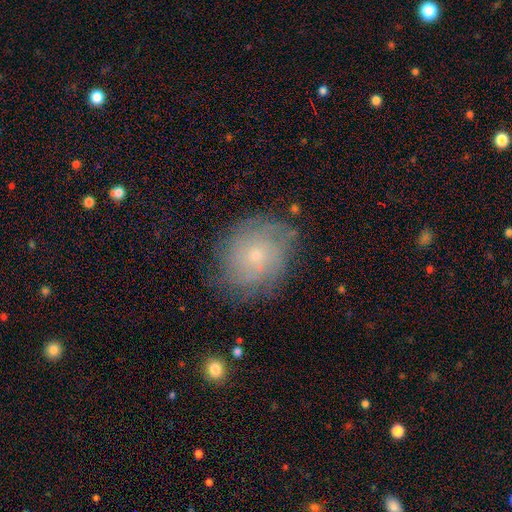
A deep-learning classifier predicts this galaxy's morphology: smooth-or-featured: featured or disk: 57% | smooth: 32% | star or artifact: 11%
  disk-edge-on: no: 96% | yes: 4%
    bar: no: 84% | weak: 14% | strong: 2%
    has-spiral-arms: yes: 80% | no: 20%
    bulge-size: small: 81% | moderate: 15% | none: 2% | large: 1% | dominant: 1%
  merging: none: 74% | minor disturbance: 18% | major disturbance: 7% | merger: 2%